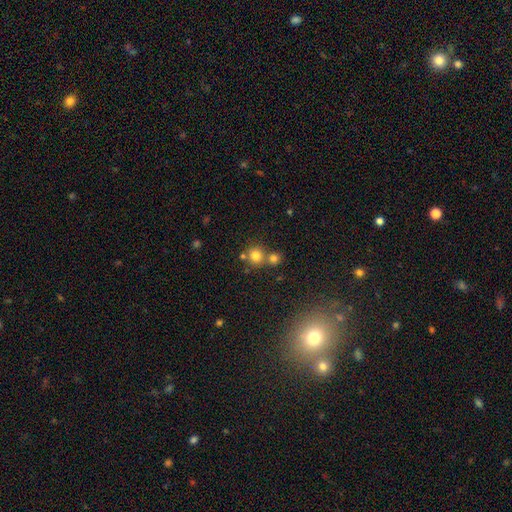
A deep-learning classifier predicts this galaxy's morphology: Smooth or featured?
  - smooth: 77% *
  - star or artifact: 14%
  - featured or disk: 8%
How rounded?
  - round: 91% *
  - in between: 8%
  - cigar-shaped: 1%
Merging?
  - none: 60% *
  - merger: 31%
  - minor disturbance: 7%
  - major disturbance: 3%